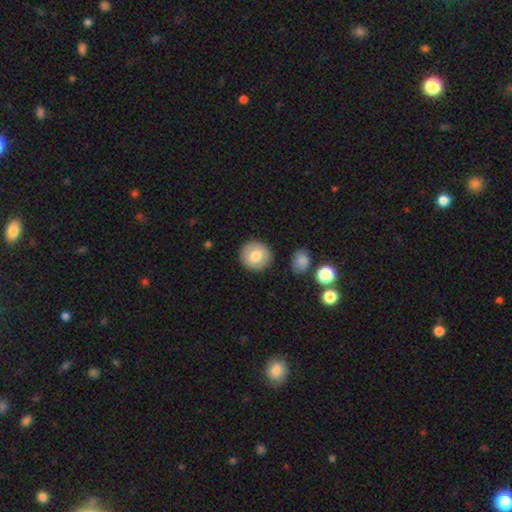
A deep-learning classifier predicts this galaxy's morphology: Smooth or featured: smooth — 78% (featured or disk — 14%)
How rounded: round — 92% (in between — 7%)
Merging: none — 88% (minor disturbance — 7%)